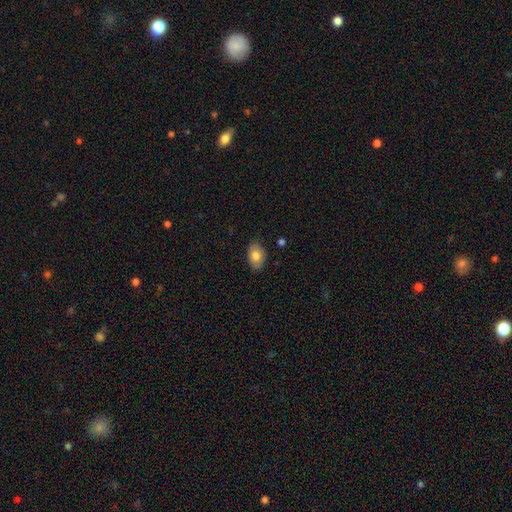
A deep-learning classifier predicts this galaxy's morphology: smooth_or_featured: smooth (p=0.82) [alt: featured or disk p=0.11]
how_rounded: in between (p=0.89) [alt: round p=0.10]
merging: none (p=0.86) [alt: minor disturbance p=0.11]